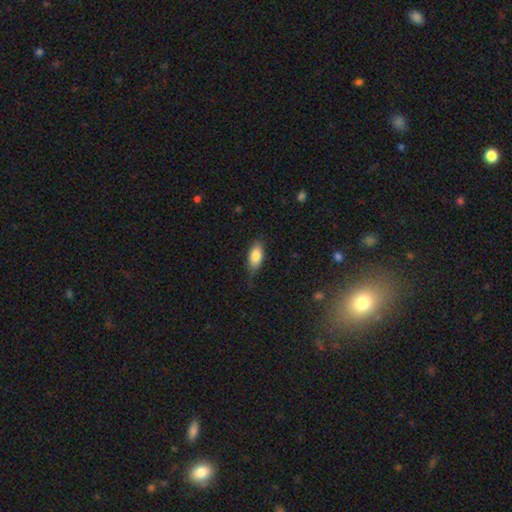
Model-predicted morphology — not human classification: Smooth or featured? smooth (83%)
How rounded? in between (87%)
Merging? none (72%)